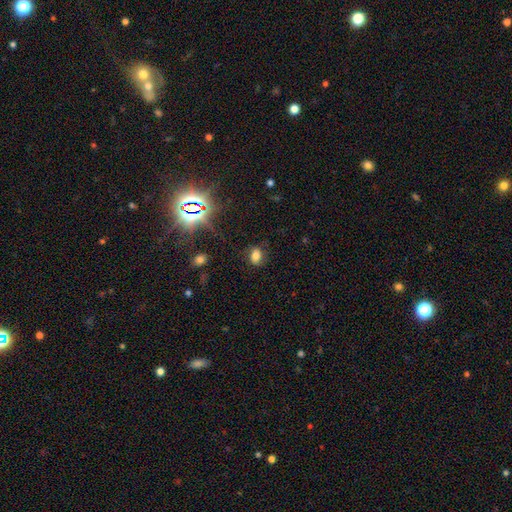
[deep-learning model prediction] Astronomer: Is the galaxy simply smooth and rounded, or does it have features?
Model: smooth — 70%.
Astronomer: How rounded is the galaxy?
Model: in between — 70%.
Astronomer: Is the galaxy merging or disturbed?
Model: none — 77%.